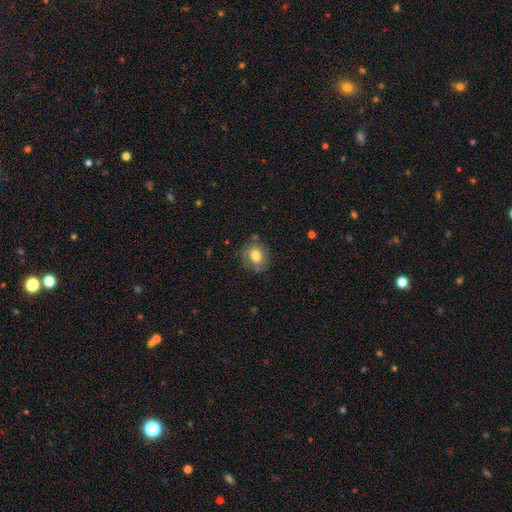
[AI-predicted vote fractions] Q: Smooth or featured?
A: smooth (78%); runner-up: featured or disk (13%)
Q: How rounded?
A: round (66%); runner-up: in between (33%)
Q: Merging?
A: none (77%); runner-up: minor disturbance (17%)